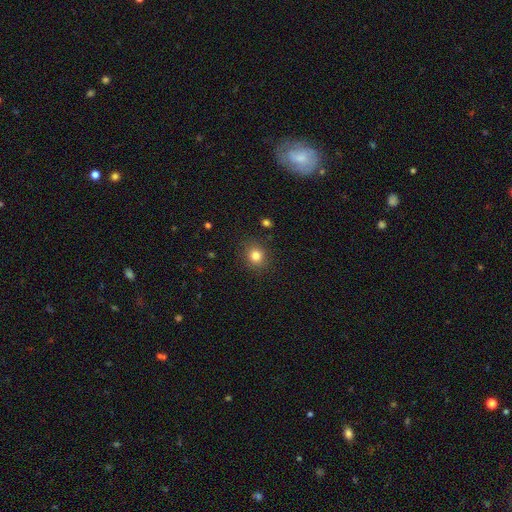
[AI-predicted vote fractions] Smooth or featured?
  - smooth: 82% *
  - star or artifact: 12%
  - featured or disk: 6%
How rounded?
  - round: 80% *
  - in between: 19%
  - cigar-shaped: 1%
Merging?
  - none: 87% *
  - minor disturbance: 9%
  - major disturbance: 3%
  - merger: 1%